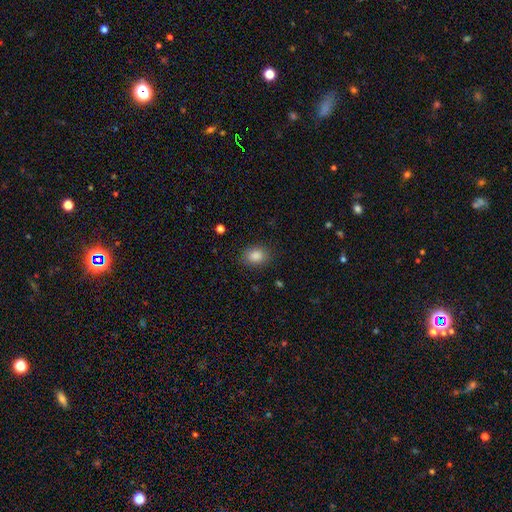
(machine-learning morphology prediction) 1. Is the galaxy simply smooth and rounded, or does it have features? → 86% smooth, 10% star or artifact, 5% featured or disk.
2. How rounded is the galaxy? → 55% in between, 44% round, 1% cigar-shaped.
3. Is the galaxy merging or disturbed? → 87% none, 10% minor disturbance, 3% major disturbance, 1% merger.